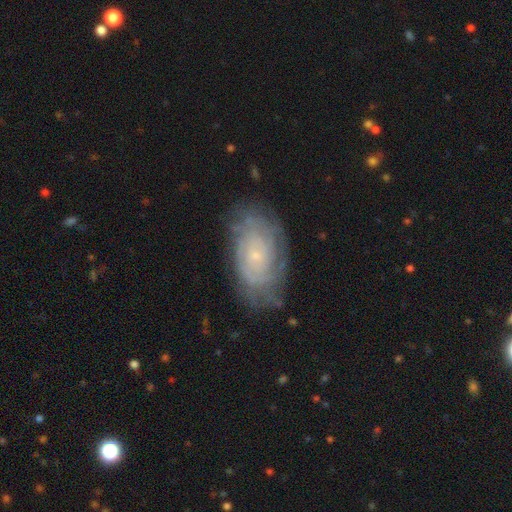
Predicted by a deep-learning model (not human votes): Overall: featured or disk (73%). Edge-on disk: no (95%). Bar: no (79%). Spiral arms: yes (89%). Spiral arm count: can't tell (55%; 2 17%). Spiral winding: tight (74%). Bulge size: small (81%). Merging: none (74%).